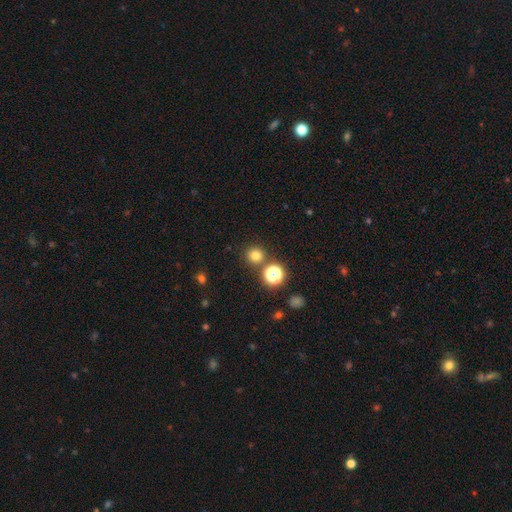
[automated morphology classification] The model was most divided on "smooth or featured": smooth: 75%, star or artifact: 19%, featured or disk: 5%. More confident: how rounded — round (92%); merging — none (83%).